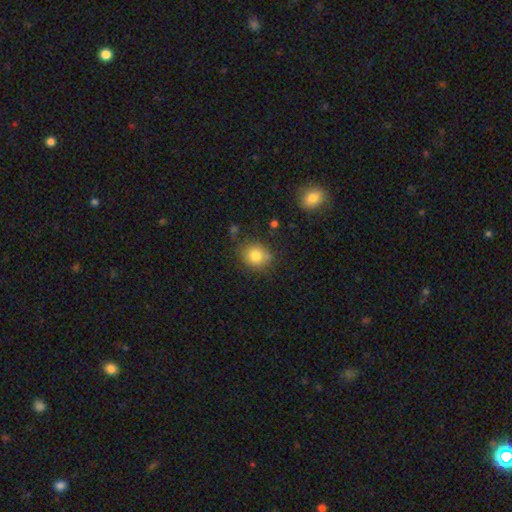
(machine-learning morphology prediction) A smooth galaxy with no disk features (80%) that is round (72%).

Vote fractions:
- Smooth or featured? smooth: 80% / star or artifact: 10% / featured or disk: 10%
- How rounded? round: 72% / in between: 27% / cigar-shaped: 1%
- Merging? none: 72% / minor disturbance: 19% / major disturbance: 5% / merger: 4%